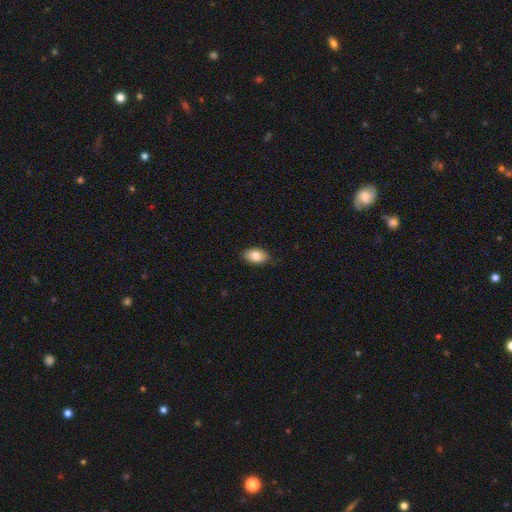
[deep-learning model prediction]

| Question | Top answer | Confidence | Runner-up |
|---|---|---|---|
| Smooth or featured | smooth | 83% | featured or disk (10%) |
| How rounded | in between | 92% | round (7%) |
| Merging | none | 86% | minor disturbance (11%) |